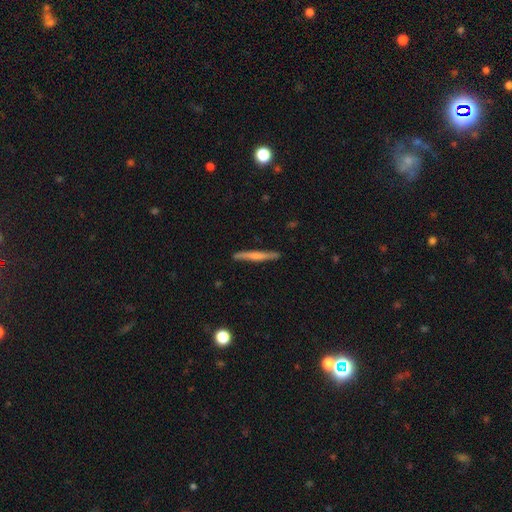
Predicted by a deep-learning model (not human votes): A featured or disk galaxy (49%).

Vote fractions:
- Smooth or featured? featured or disk: 49% / smooth: 46% / star or artifact: 6%
- Merging? none: 88% / minor disturbance: 9% / major disturbance: 2% / merger: 1%